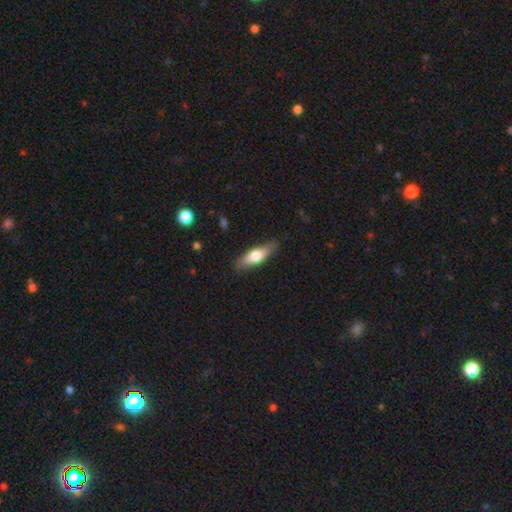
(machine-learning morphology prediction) This is likely a smooth galaxy (61%). How rounded: possibly in between (49%). Merging: clearly none (82%).